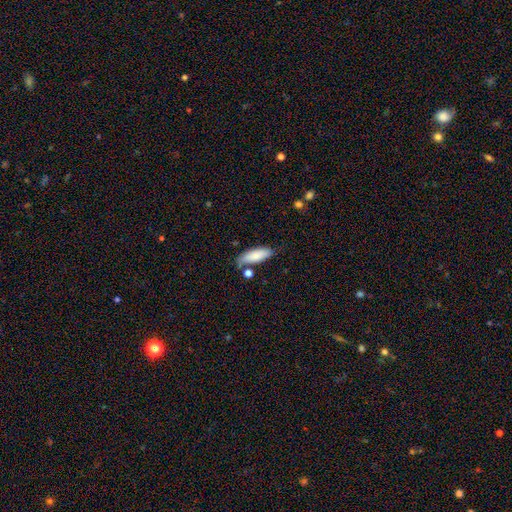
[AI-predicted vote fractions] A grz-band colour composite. It shows a smooth galaxy with no disk features (83%) that is in between round and cigar-shaped (62%). Merging: none (65%).